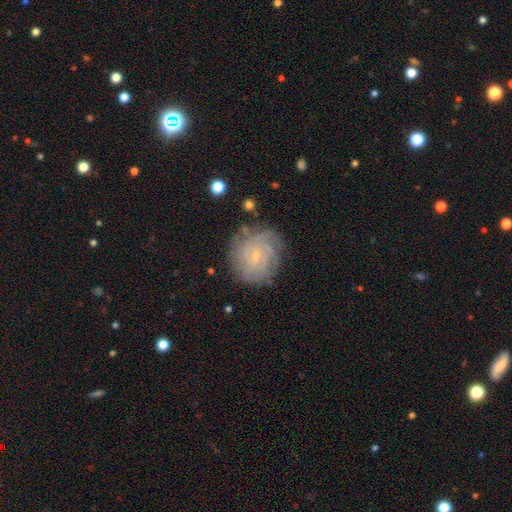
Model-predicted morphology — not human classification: Q: Smooth or featured?
A: featured or disk (82%); runner-up: smooth (11%)
Q: Edge-on disk?
A: no (98%); runner-up: yes (2%)
Q: Bar?
A: no (67%); runner-up: weak (28%)
Q: Spiral arms?
A: yes (96%); runner-up: no (4%)
Q: Spiral winding?
A: tight (78%); runner-up: medium (19%)
Q: Spiral arm count?
A: 4 (27%); tied with: can't tell (27%)
Q: Bulge size?
A: small (82%); runner-up: moderate (13%)
Q: Merging?
A: none (78%); runner-up: minor disturbance (15%)